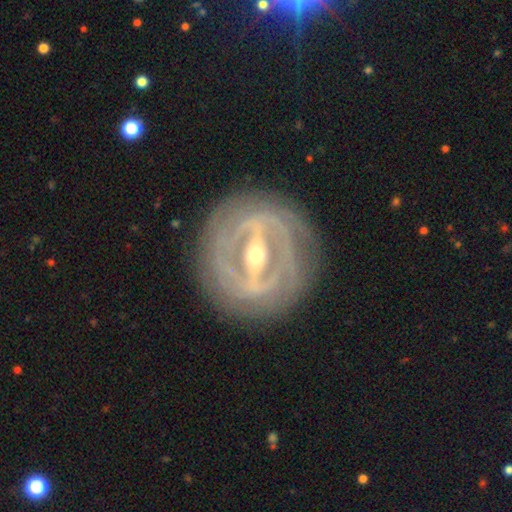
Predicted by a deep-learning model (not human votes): This is clearly a featured or disk galaxy (87%). It is clearly not viewed edge-on (88%). Bar: likely strong (78%). Spiral arm pattern: likely yes (68%). Spiral arm count: marginally can't tell (44%). Spiral winding: likely tight (75%). Central bulge: possibly moderate (50%). Merging: clearly none (81%).